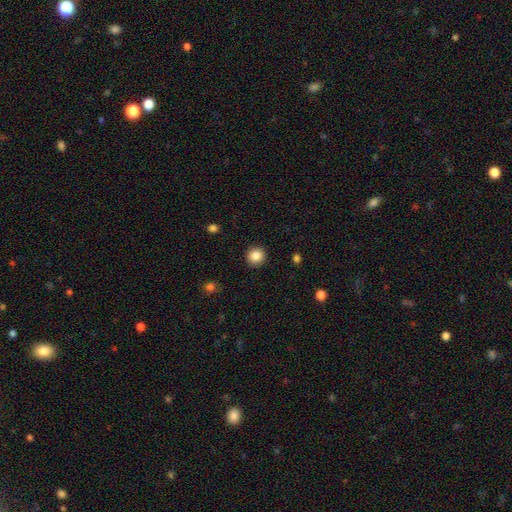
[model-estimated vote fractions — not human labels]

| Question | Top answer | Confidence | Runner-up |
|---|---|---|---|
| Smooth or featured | smooth | 86% | star or artifact (10%) |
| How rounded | round | 92% | in between (7%) |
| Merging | none | 92% | minor disturbance (5%) |